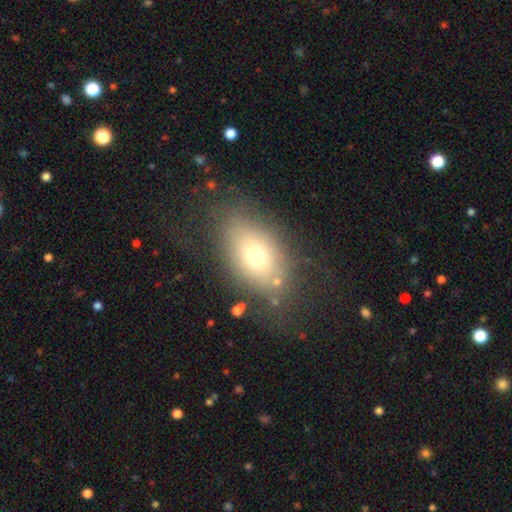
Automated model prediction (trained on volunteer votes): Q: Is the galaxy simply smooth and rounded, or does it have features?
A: smooth — 67%.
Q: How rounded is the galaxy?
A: in between — 84%.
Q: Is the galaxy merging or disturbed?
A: none — 66%.